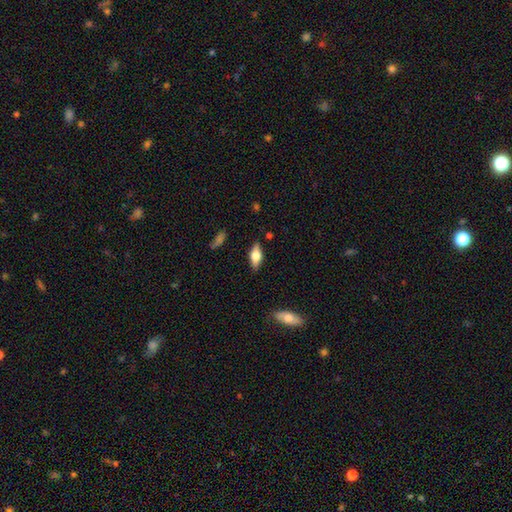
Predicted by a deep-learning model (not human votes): This is possibly a smooth galaxy (53%). How rounded: likely in between (76%). Merging: clearly none (85%).